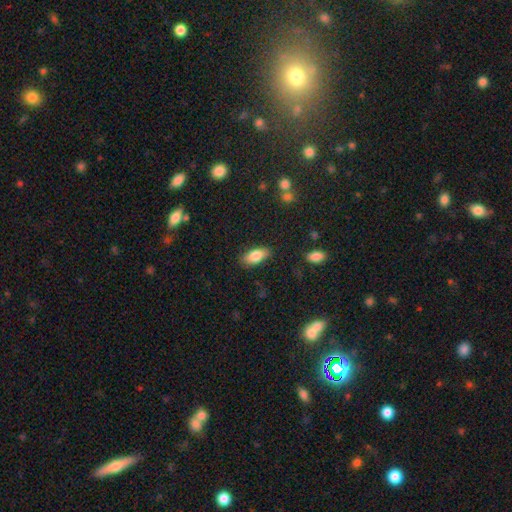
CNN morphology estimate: Smooth or featured? smooth (83%)
How rounded? in between (87%)
Merging? none (84%)